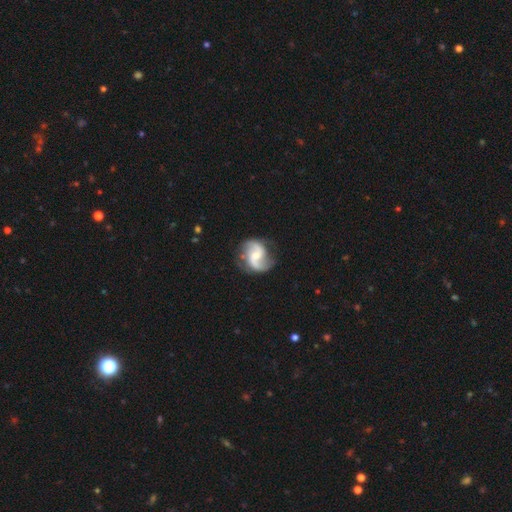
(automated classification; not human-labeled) A featured or disk galaxy (87%) with a weak bar (46%), 2 (92%) loose (46%) spiral arms (97%) and a moderate central bulge (46%). Merging: none (76%).